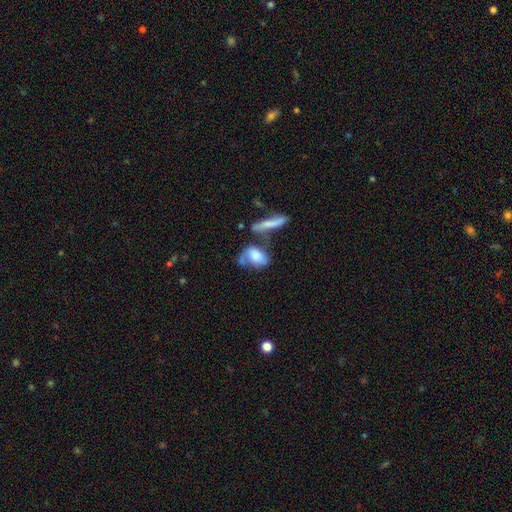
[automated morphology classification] A featured or disk galaxy (47%). Merging: none (31%).